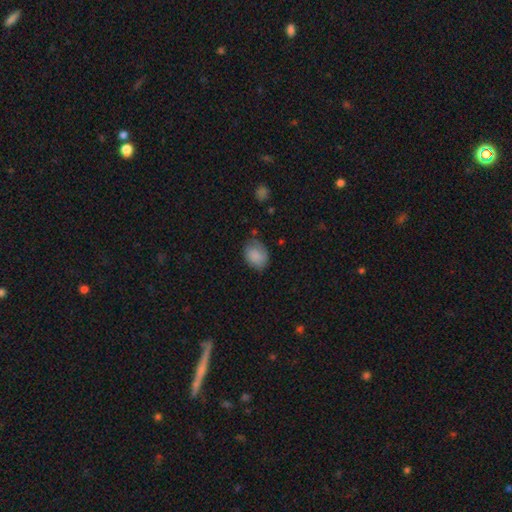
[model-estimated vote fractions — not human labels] This is clearly a smooth galaxy (87%). How rounded: likely in between (67%). Merging: likely none (70%).